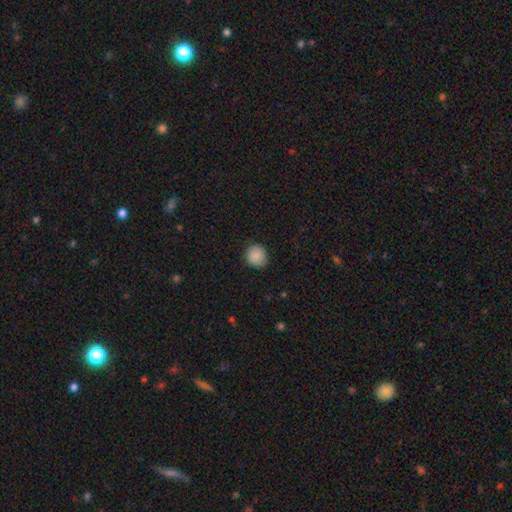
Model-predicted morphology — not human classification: smooth_or_featured: smooth (p=0.88) [alt: star or artifact p=0.08]
how_rounded: round (p=0.89) [alt: in between p=0.10]
merging: none (p=0.86) [alt: minor disturbance p=0.11]